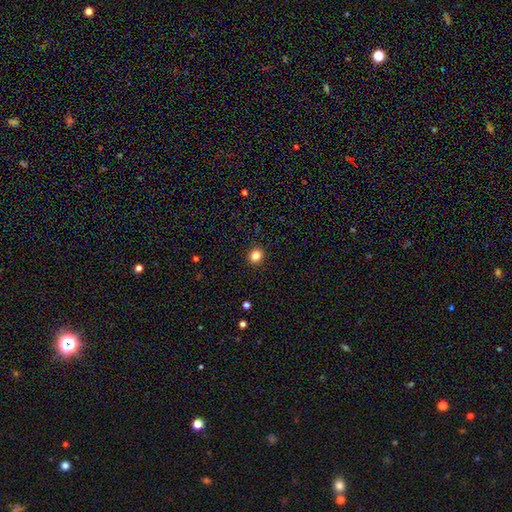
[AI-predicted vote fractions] Smooth or featured?
  - smooth: 83% *
  - star or artifact: 12%
  - featured or disk: 5%
How rounded?
  - round: 83% *
  - in between: 16%
  - cigar-shaped: 1%
Merging?
  - none: 92% *
  - minor disturbance: 5%
  - major disturbance: 2%
  - merger: 1%